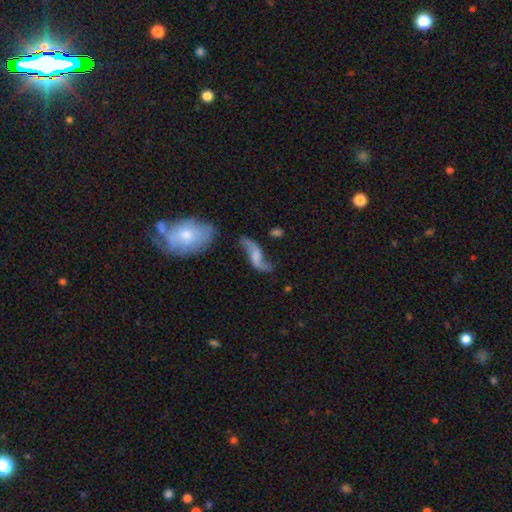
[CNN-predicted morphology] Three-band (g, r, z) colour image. It shows a featured or disk galaxy (78%) with no bar (45%), 2 (92%) loose (91%) spiral arms (92%) and no central bulge (47%). Merging: none (58%).